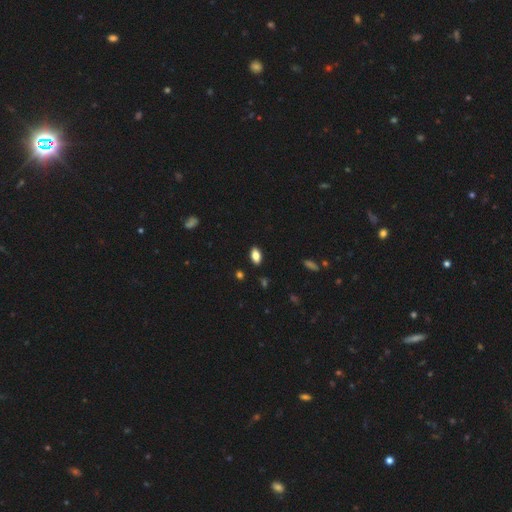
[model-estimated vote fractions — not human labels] A smooth galaxy with no disk features (82%) that is in between round and cigar-shaped (91%).

Vote fractions:
- Smooth or featured? smooth: 82% / featured or disk: 10% / star or artifact: 8%
- How rounded? in between: 91% / cigar-shaped: 5% / round: 4%
- Merging? none: 88% / minor disturbance: 9% / major disturbance: 2% / merger: 1%